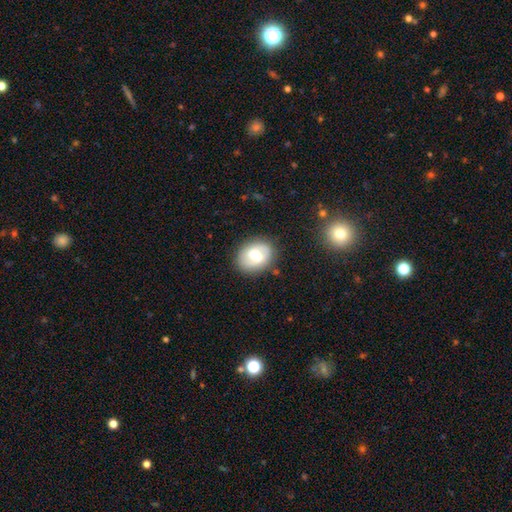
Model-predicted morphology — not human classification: The model was most divided on "how rounded": in between: 54%, round: 45%, cigar-shaped: 1%. More confident: merging — none (83%); smooth or featured — smooth (53%).